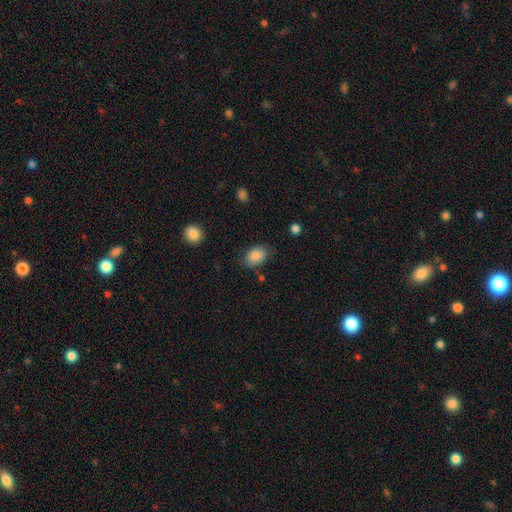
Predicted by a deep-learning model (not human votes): A smooth galaxy with no disk features (86%) that is in between round and cigar-shaped (79%).

Vote fractions:
- Smooth or featured? smooth: 86% / star or artifact: 8% / featured or disk: 6%
- How rounded? in between: 79% / round: 20% / cigar-shaped: 1%
- Merging? none: 68% / minor disturbance: 24% / major disturbance: 6% / merger: 3%